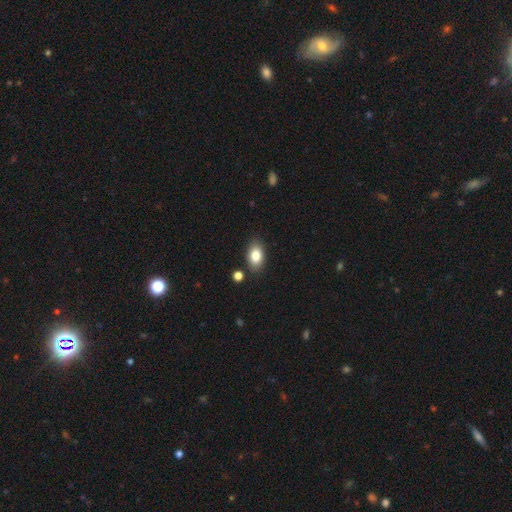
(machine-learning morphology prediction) Smooth or featured? smooth (82%)
How rounded? in between (88%)
Merging? none (83%)